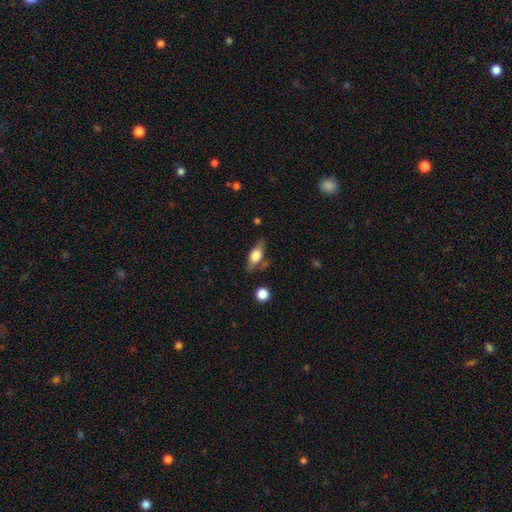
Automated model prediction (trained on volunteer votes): The model was most divided on "smooth or featured": smooth: 65%, featured or disk: 27%, star or artifact: 7%. More confident: how rounded — in between (78%); merging — none (68%).